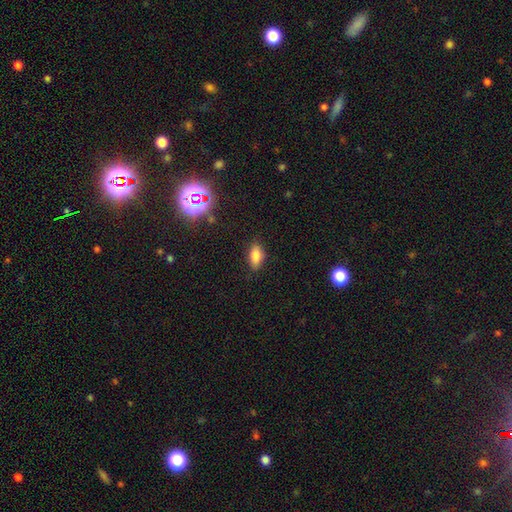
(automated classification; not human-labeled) A smooth galaxy with no disk features (80%) that is in between round and cigar-shaped (86%).

Vote fractions:
- Smooth or featured? smooth: 80% / star or artifact: 10% / featured or disk: 10%
- How rounded? in between: 86% / cigar-shaped: 9% / round: 5%
- Merging? none: 85% / minor disturbance: 12% / major disturbance: 2% / merger: 1%